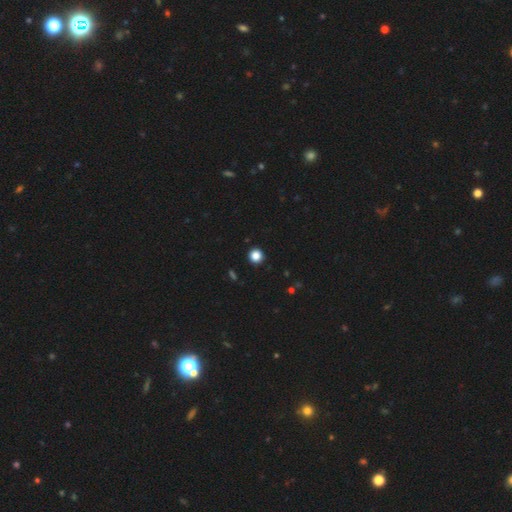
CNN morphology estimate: Overall: smooth (85%). How rounded: round (95%). Merging: none (93%).